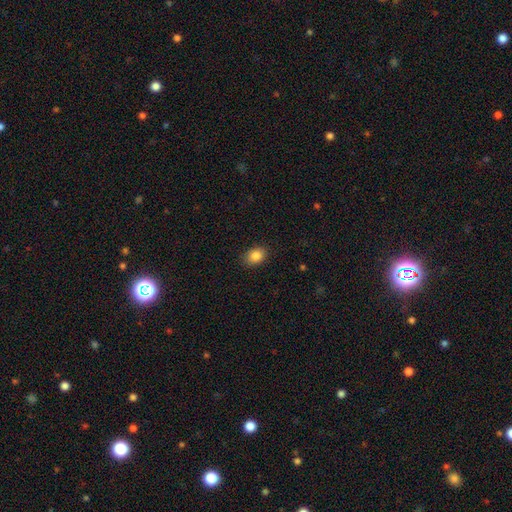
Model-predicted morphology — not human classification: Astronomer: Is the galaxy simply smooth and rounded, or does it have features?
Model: smooth — 86%.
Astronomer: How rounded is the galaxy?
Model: in between — 73%.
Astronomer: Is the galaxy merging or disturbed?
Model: none — 87%.